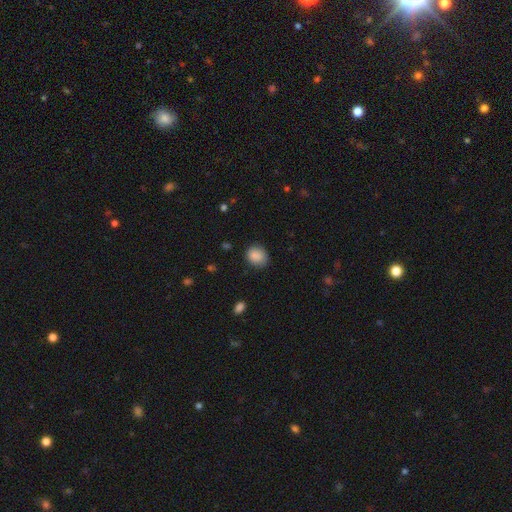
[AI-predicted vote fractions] Q: Smooth or featured?
A: smooth (87%); runner-up: star or artifact (8%)
Q: How rounded?
A: round (65%); runner-up: in between (34%)
Q: Merging?
A: none (78%); runner-up: minor disturbance (17%)